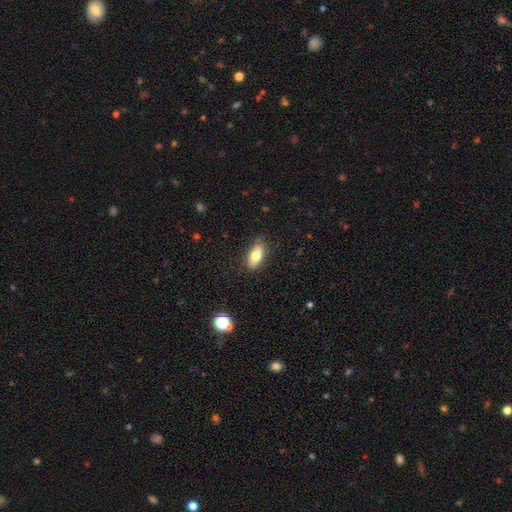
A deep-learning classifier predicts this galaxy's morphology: smooth 76%, featured or disk 17%, star or artifact 8%. Down the decision tree: how rounded — in between (84%); merging — none (84%).